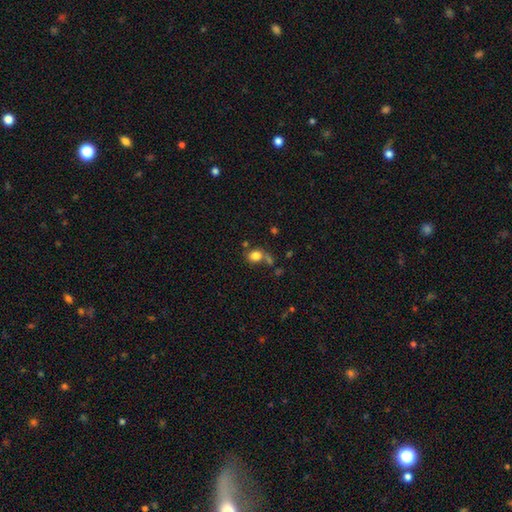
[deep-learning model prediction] Smooth or featured: smooth — 81% (star or artifact — 12%)
How rounded: round — 62% (in between — 37%)
Merging: none — 56% (merger — 22%)